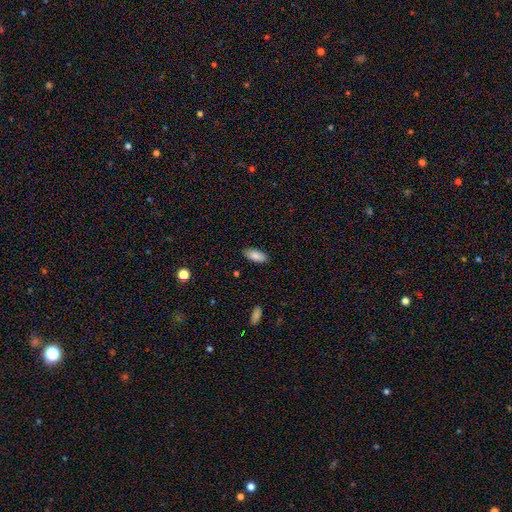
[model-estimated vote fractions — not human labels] This is clearly a smooth galaxy (87%). How rounded: clearly in between (89%). Merging: clearly none (87%).